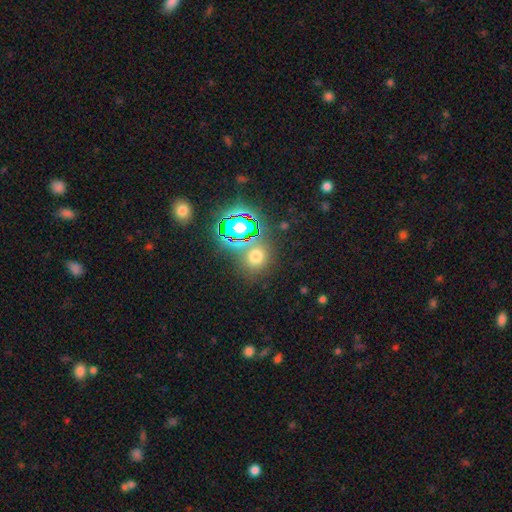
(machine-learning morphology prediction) A smooth galaxy with no disk features (57%) that is round (79%).

Vote fractions:
- Smooth or featured? smooth: 57% / star or artifact: 35% / featured or disk: 8%
- How rounded? round: 79% / in between: 19% / cigar-shaped: 1%
- Merging? none: 76% / merger: 10% / minor disturbance: 10% / major disturbance: 5%